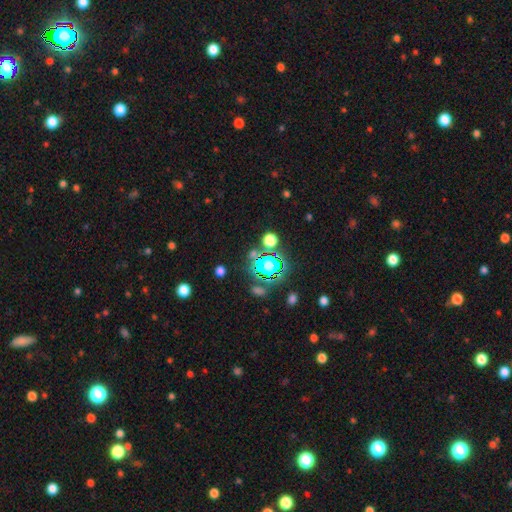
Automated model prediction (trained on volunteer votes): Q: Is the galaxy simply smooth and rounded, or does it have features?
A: star or artifact — 72%.